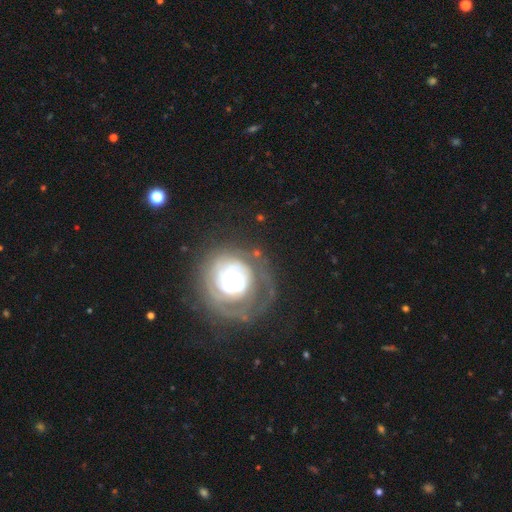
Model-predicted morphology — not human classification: The model was most divided on "smooth or featured": featured or disk: 46%, smooth: 31%, star or artifact: 23%. More confident: merging — none (73%).